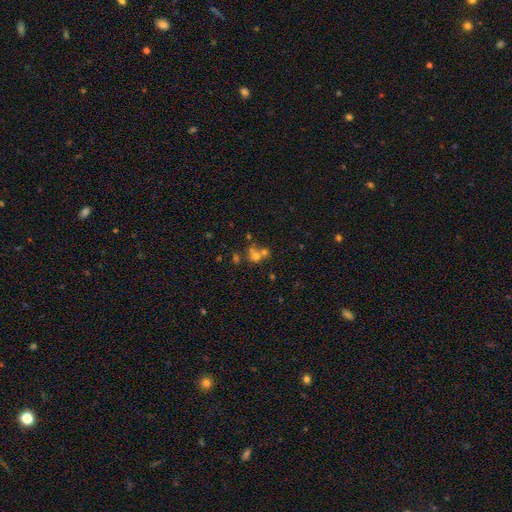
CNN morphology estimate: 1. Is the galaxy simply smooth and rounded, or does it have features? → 59% smooth, 21% star or artifact, 20% featured or disk.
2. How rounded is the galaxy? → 76% round, 23% in between, 1% cigar-shaped.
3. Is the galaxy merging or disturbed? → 52% merger, 36% none, 7% minor disturbance, 5% major disturbance.